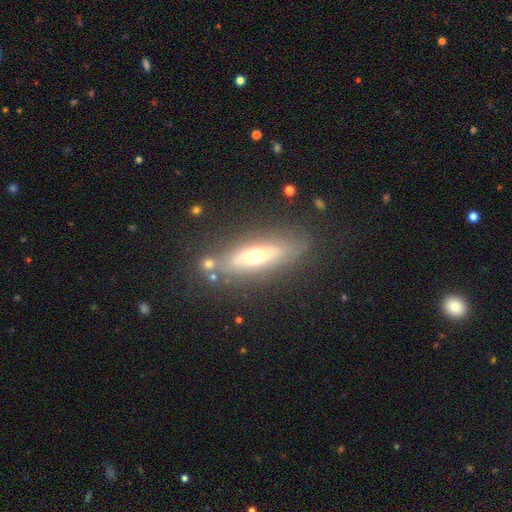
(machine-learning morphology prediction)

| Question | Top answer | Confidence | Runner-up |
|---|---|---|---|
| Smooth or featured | featured or disk | 55% | smooth (38%) |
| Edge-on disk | no | 51% | yes (49%) |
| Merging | none | 75% | minor disturbance (15%) |